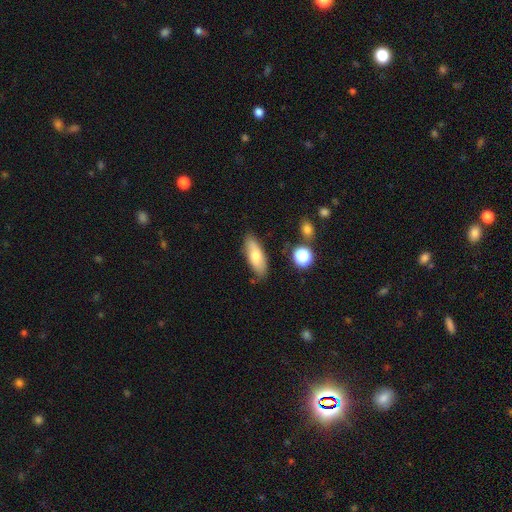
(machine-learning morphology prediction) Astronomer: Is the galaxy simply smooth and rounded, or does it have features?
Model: smooth — 69%.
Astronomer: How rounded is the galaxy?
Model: in between — 70%.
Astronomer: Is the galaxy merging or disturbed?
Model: none — 81%.